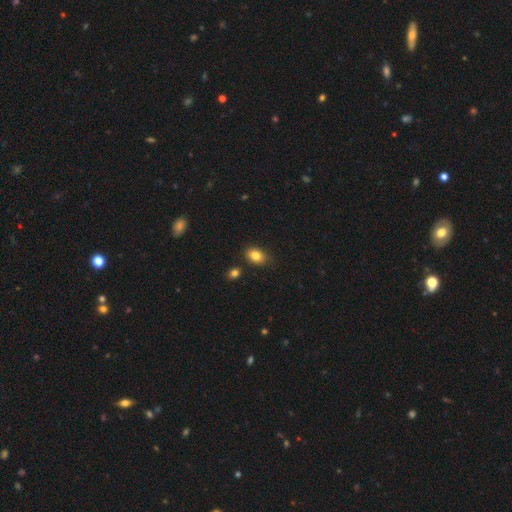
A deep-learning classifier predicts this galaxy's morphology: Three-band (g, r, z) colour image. It shows a smooth galaxy with no disk features (83%) that is in between round and cigar-shaped (79%). Merging: none (80%).